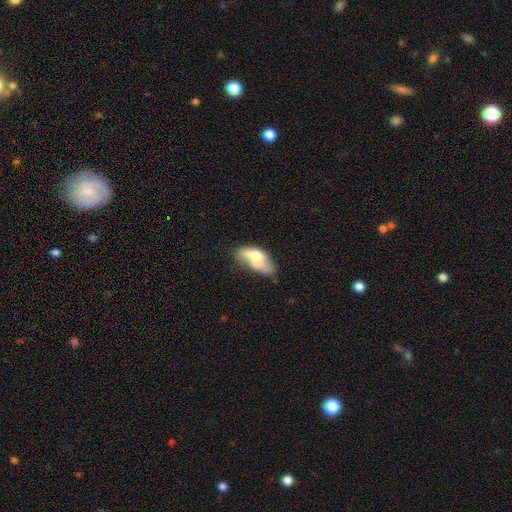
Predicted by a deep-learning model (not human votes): Smooth or featured?
  - smooth: 56% *
  - featured or disk: 37%
  - star or artifact: 7%
How rounded?
  - in between: 85% *
  - cigar-shaped: 10%
  - round: 5%
Merging?
  - merger: 40% *
  - none: 25%
  - minor disturbance: 20%
  - major disturbance: 14%